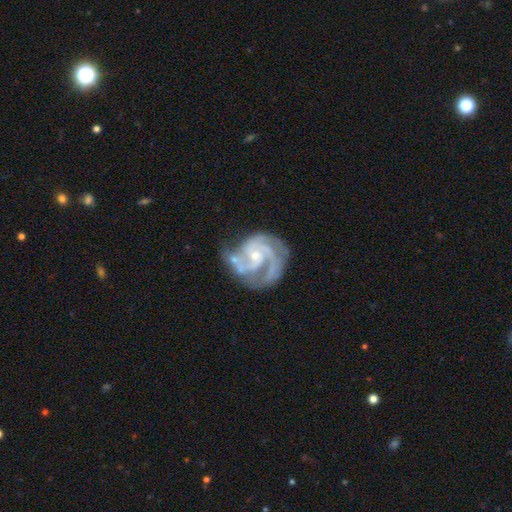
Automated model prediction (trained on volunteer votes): Q: Smooth or featured?
A: featured or disk (91%); runner-up: star or artifact (5%)
Q: Edge-on disk?
A: no (98%); runner-up: yes (2%)
Q: Bar?
A: no (62%); runner-up: weak (30%)
Q: Spiral arms?
A: yes (98%); runner-up: no (2%)
Q: Spiral winding?
A: medium (49%); runner-up: tight (42%)
Q: Spiral arm count?
A: 3 (53%); runner-up: 2 (26%)
Q: Bulge size?
A: small (69%); runner-up: moderate (26%)
Q: Merging?
A: none (55%); runner-up: minor disturbance (23%)